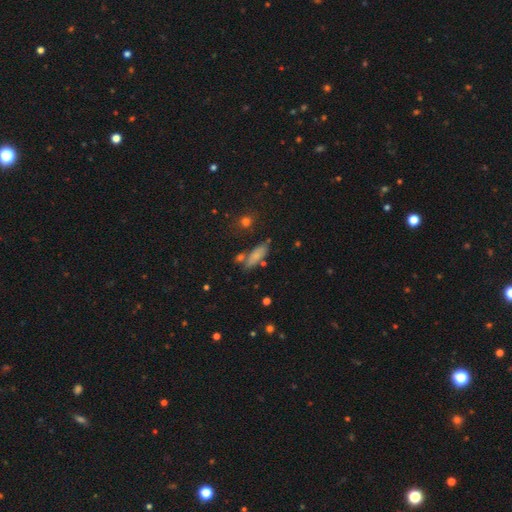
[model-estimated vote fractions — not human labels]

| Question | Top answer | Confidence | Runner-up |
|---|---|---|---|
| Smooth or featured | smooth | 73% | featured or disk (17%) |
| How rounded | in between | 64% | cigar-shaped (32%) |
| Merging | none | 65% | minor disturbance (18%) |